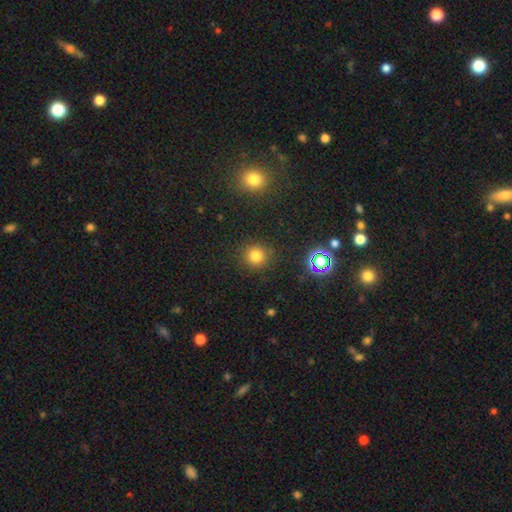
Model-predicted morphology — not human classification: smooth-or-featured: smooth: 77% | star or artifact: 18% | featured or disk: 6%
  how-rounded: round: 92% | in between: 7% | cigar-shaped: 1%
  merging: none: 89% | minor disturbance: 7% | major disturbance: 3% | merger: 2%